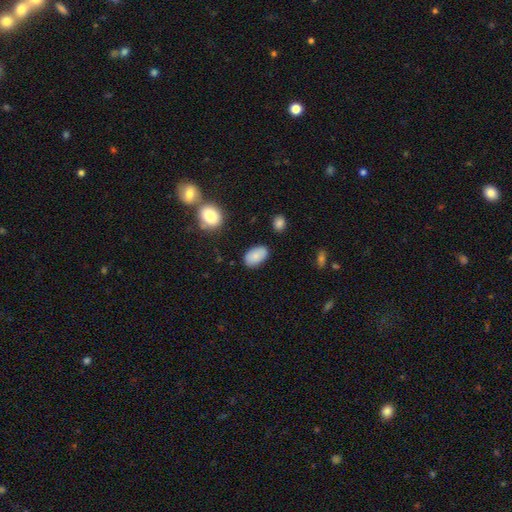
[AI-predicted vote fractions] The model was most divided on "merging": none: 81%, minor disturbance: 14%, major disturbance: 3%, merger: 2%. More confident: how rounded — in between (93%); smooth or featured — smooth (85%).